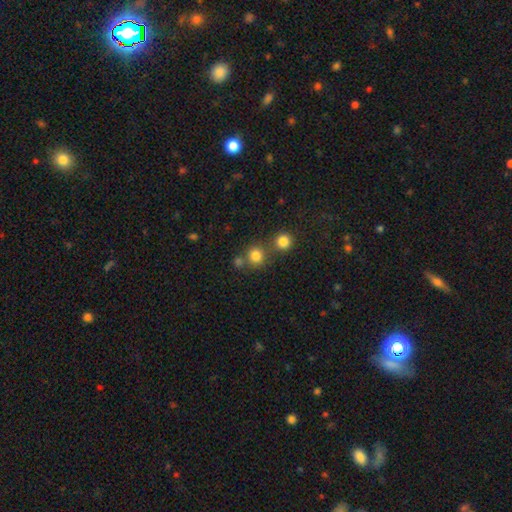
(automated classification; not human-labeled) A smooth galaxy with no disk features (80%) that is round (87%).

Vote fractions:
- Smooth or featured? smooth: 80% / star or artifact: 14% / featured or disk: 6%
- How rounded? round: 87% / in between: 12% / cigar-shaped: 1%
- Merging? none: 65% / merger: 23% / minor disturbance: 8% / major disturbance: 4%